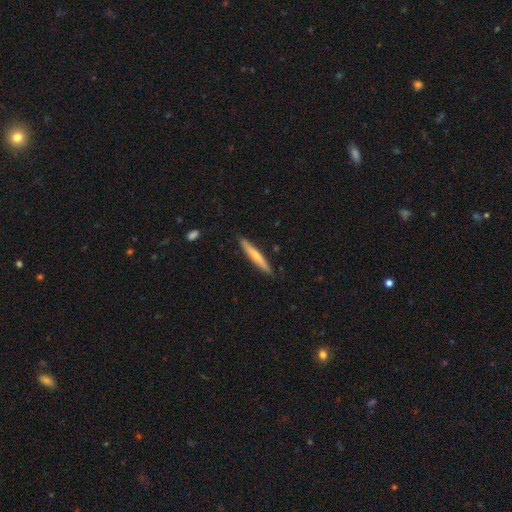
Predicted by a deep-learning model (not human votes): A smooth galaxy with no disk features (54%) that is cigar-shaped (94%).

Vote fractions:
- Smooth or featured? smooth: 54% / featured or disk: 41% / star or artifact: 5%
- How rounded? cigar-shaped: 94% / in between: 5% / round: 1%
- Merging? none: 89% / minor disturbance: 8% / major disturbance: 1% / merger: 1%